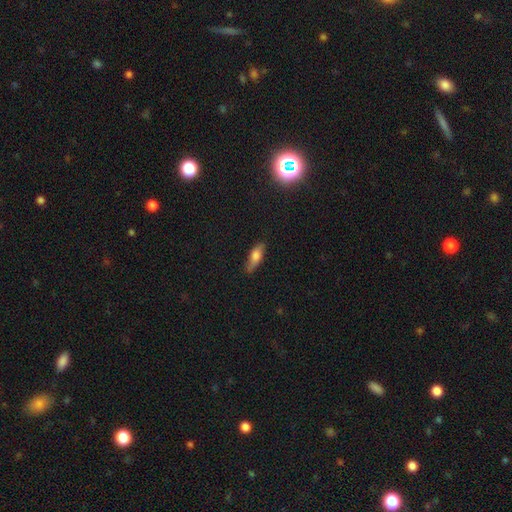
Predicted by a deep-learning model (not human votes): This is likely a smooth galaxy (68%). How rounded: possibly in between (56%). Merging: likely none (80%).